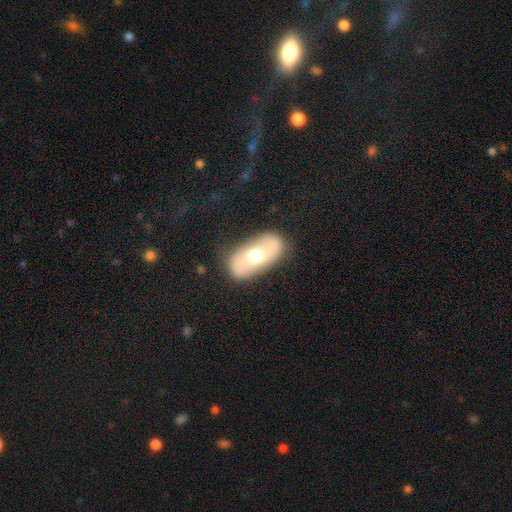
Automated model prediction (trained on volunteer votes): A smooth galaxy with no disk features (52%) that is in between round and cigar-shaped (92%). Merging: none (80%).